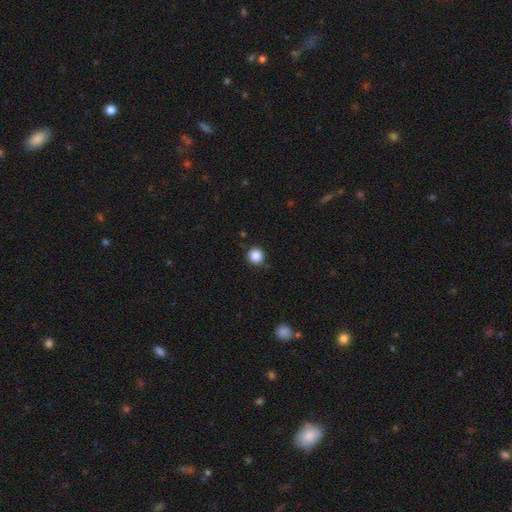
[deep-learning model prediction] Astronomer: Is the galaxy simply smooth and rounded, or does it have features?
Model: smooth — 86%.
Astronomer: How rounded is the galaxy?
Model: round — 94%.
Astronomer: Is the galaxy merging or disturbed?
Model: none — 86%.